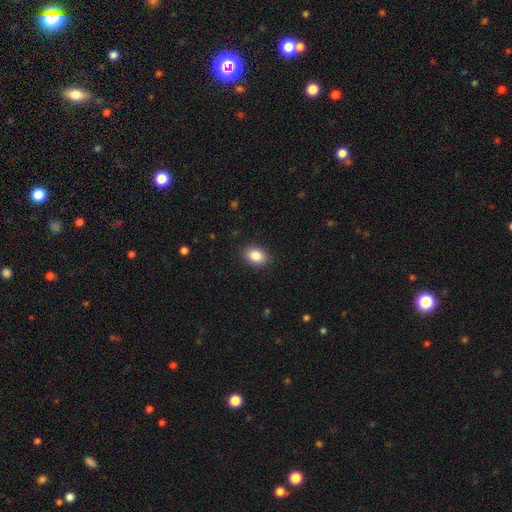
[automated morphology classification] This appears to be a smooth galaxy with no disk features (86%) that is in between round and cigar-shaped (78%). Merging: none (89%).